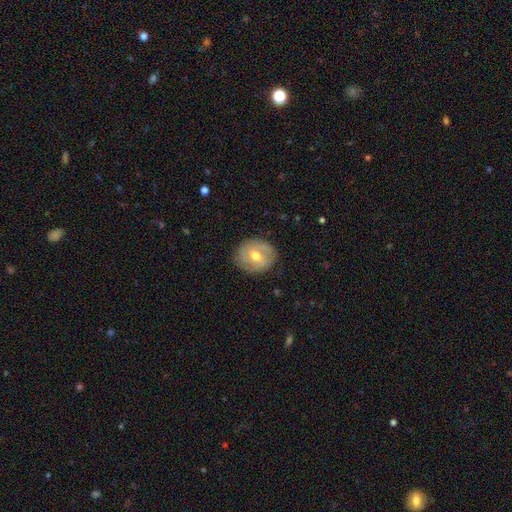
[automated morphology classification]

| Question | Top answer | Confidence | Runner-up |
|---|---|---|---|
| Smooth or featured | featured or disk | 55% | smooth (38%) |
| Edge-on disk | no | 95% | yes (5%) |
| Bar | weak | 48% | no (32%) |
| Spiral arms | yes | 60% | no (40%) |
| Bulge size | moderate | 77% | small (17%) |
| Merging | none | 83% | minor disturbance (12%) |